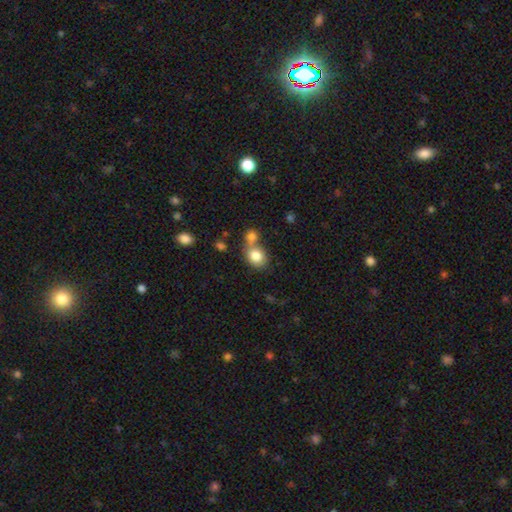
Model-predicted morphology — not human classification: smooth 81%, featured or disk 10%, star or artifact 9%. Down the decision tree: how rounded — round (59%); merging — none (43%, tied with merger).